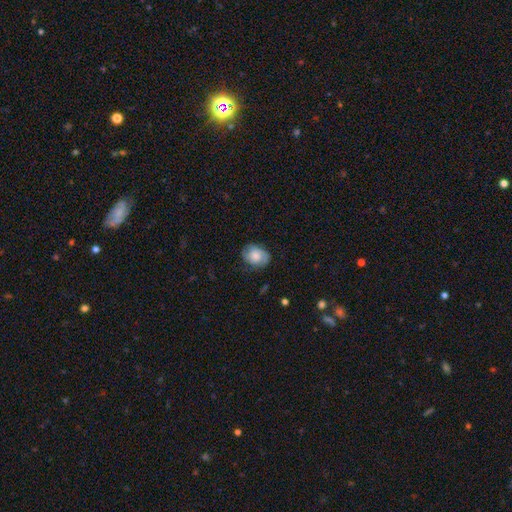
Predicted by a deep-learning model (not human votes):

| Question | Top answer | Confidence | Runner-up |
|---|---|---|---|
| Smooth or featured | smooth | 64% | featured or disk (29%) |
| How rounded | in between | 60% | round (39%) |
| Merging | none | 72% | minor disturbance (21%) |